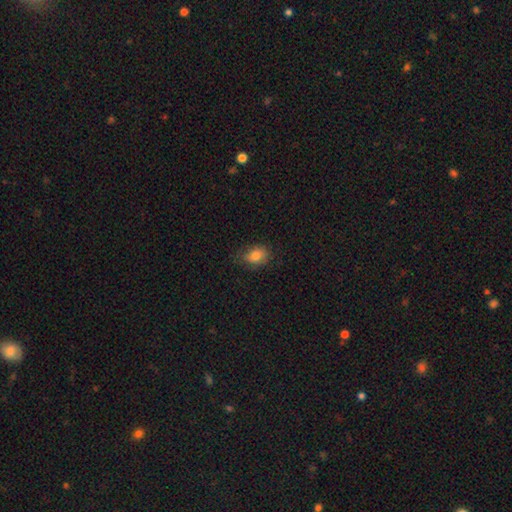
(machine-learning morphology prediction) smooth_or_featured: smooth (p=0.82) [alt: featured or disk p=0.09]
how_rounded: in between (p=0.73) [alt: round p=0.25]
merging: none (p=0.72) [alt: minor disturbance p=0.22]